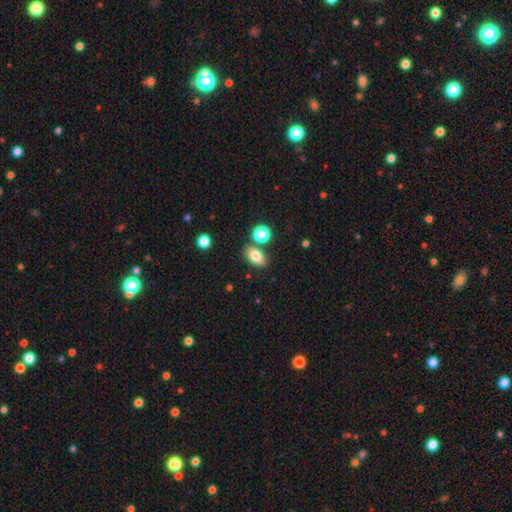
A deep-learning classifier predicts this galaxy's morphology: Overall: smooth (79%). How rounded: in between (86%). Merging: none (76%).